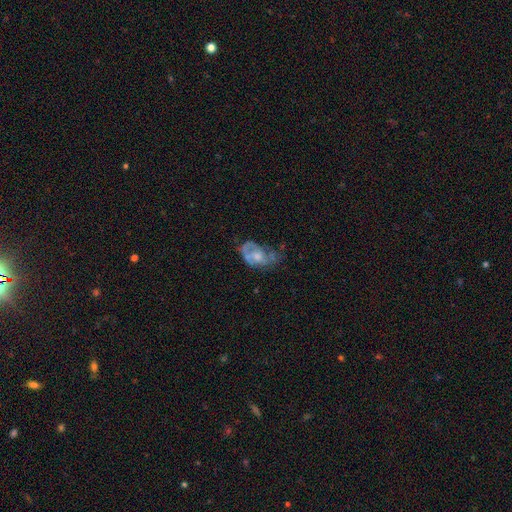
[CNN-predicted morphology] Smooth or featured? Predicted: featured or disk (p=0.60). Edge-on disk? Predicted: no (p=0.96). Bar? Predicted: no (p=0.81). Spiral arms? Predicted: yes (p=0.53). Bulge size? Predicted: moderate (p=0.49). Merging? Predicted: none (p=0.35).